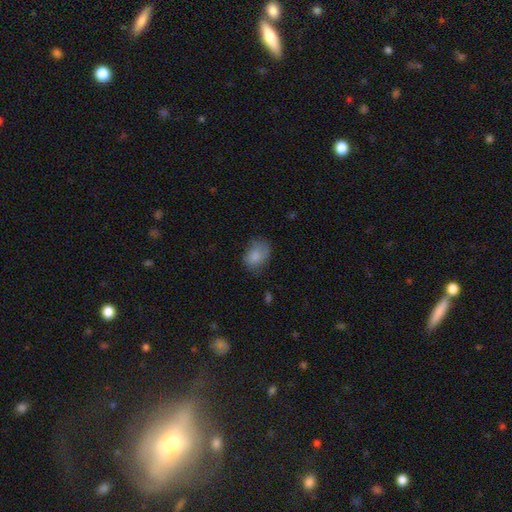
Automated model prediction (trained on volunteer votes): smooth 81%, featured or disk 11%, star or artifact 8%. Down the decision tree: how rounded — in between (71%); merging — none (57%).